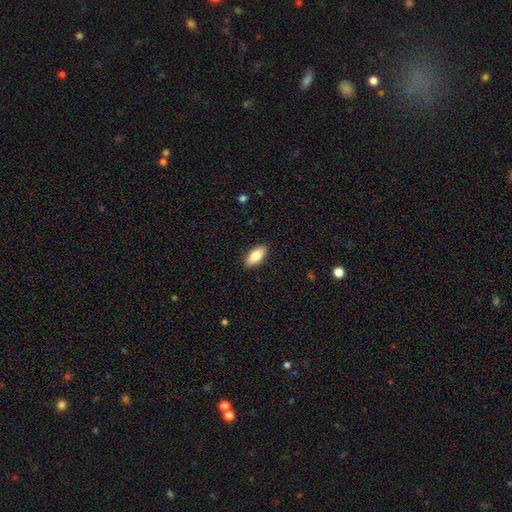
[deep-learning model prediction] Smooth or featured: smooth — 78% (featured or disk — 16%)
How rounded: in between — 88% (cigar-shaped — 9%)
Merging: none — 89% (minor disturbance — 8%)